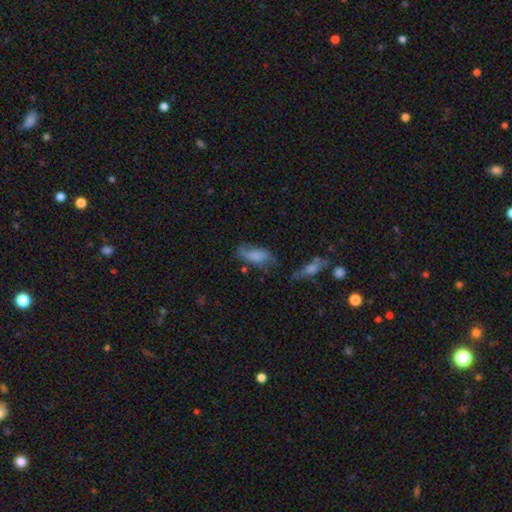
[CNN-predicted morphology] smooth 71%, featured or disk 21%, star or artifact 9%. Down the decision tree: how rounded — in between (81%); merging — none (45%).